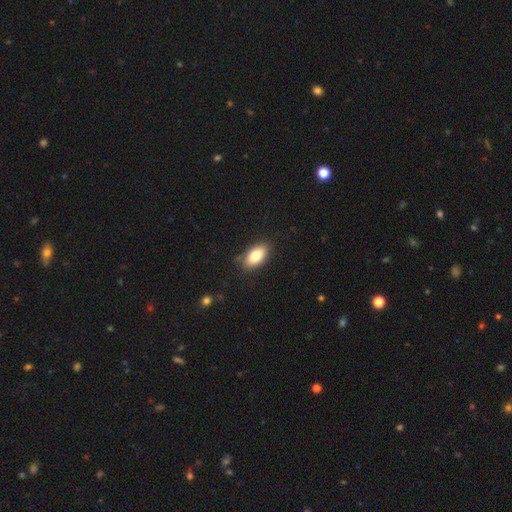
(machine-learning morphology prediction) smooth-or-featured: smooth: 81% | featured or disk: 12% | star or artifact: 7%
  how-rounded: in between: 91% | round: 5% | cigar-shaped: 4%
  merging: none: 84% | minor disturbance: 12% | major disturbance: 3% | merger: 1%